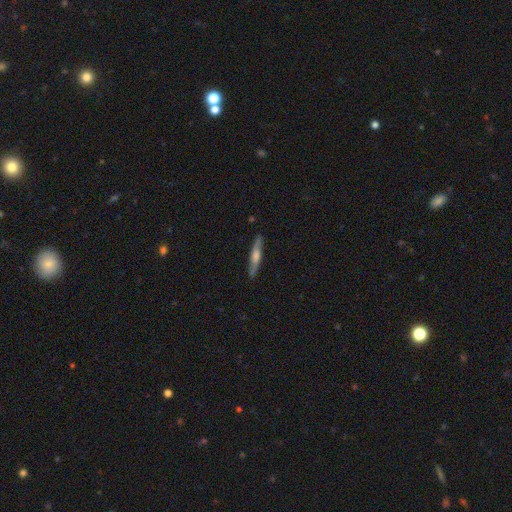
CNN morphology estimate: Q: Smooth or featured?
A: featured or disk (58%); runner-up: smooth (36%)
Q: Edge-on disk?
A: yes (93%); runner-up: no (7%)
Q: Edge-on bulge?
A: rounded (67%); runner-up: boxy (19%)
Q: Merging?
A: none (87%); runner-up: minor disturbance (10%)